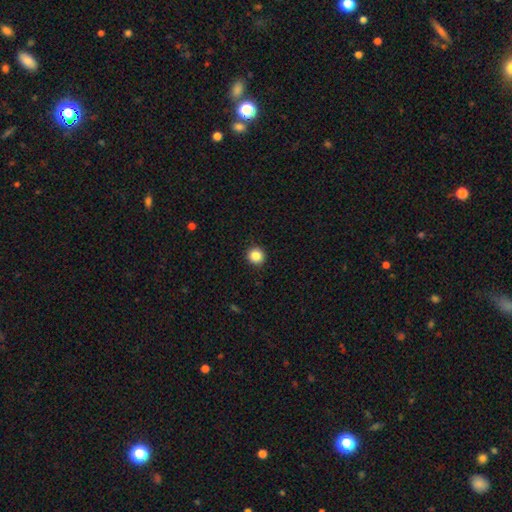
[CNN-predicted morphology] smooth 85%, star or artifact 10%, featured or disk 5%. Down the decision tree: how rounded — round (94%); merging — none (92%).